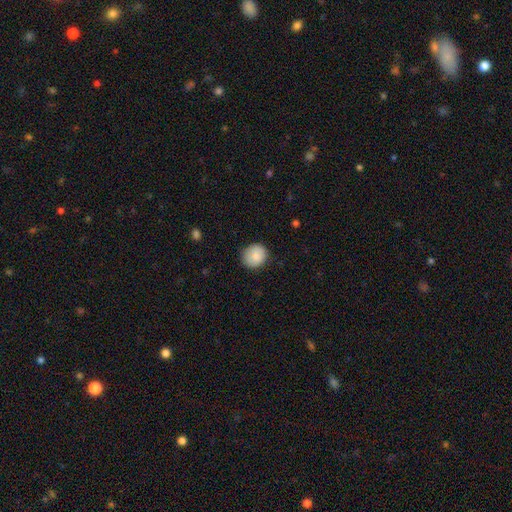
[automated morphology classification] Smooth or featured? smooth (87%)
How rounded? round (79%)
Merging? none (84%)